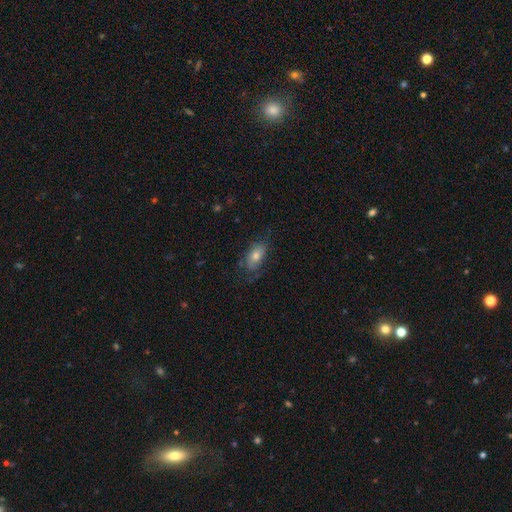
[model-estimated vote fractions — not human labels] Smooth or featured? smooth (60%)
How rounded? in between (84%)
Merging? none (64%)